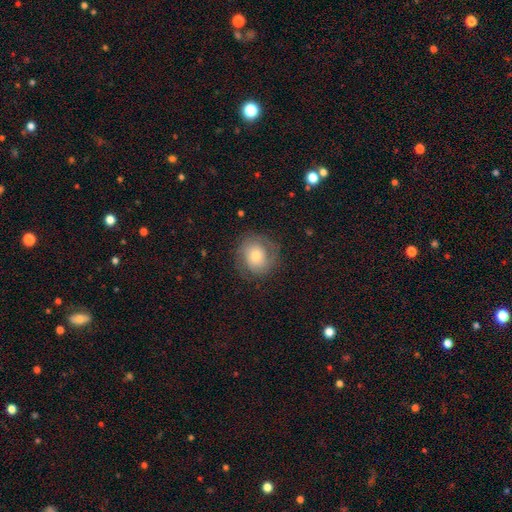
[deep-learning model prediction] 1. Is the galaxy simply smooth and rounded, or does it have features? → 46% smooth, 45% featured or disk, 9% star or artifact.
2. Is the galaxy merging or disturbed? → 76% none, 15% minor disturbance, 8% major disturbance, 1% merger.